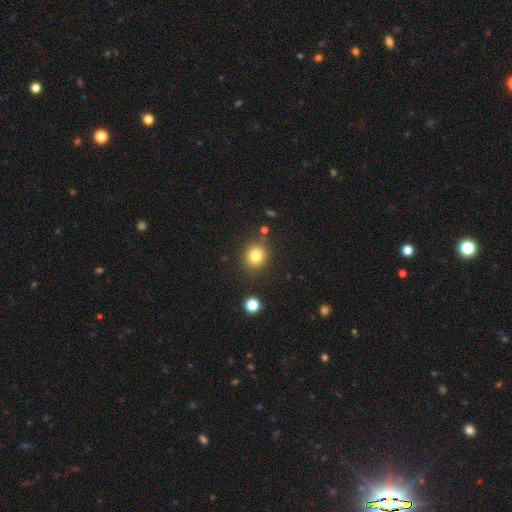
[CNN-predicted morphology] A smooth galaxy with no disk features (80%) that is round (81%).

Vote fractions:
- Smooth or featured? smooth: 80% / star or artifact: 12% / featured or disk: 8%
- How rounded? round: 81% / in between: 18% / cigar-shaped: 1%
- Merging? none: 84% / minor disturbance: 9% / merger: 4% / major disturbance: 3%